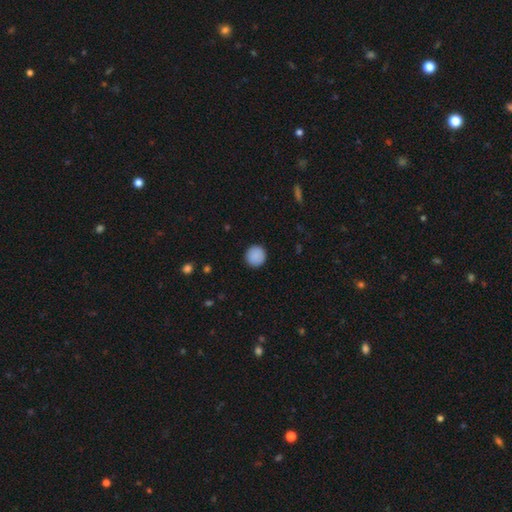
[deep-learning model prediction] smooth-or-featured: smooth: 89% | star or artifact: 7% | featured or disk: 3%
  how-rounded: round: 94% | in between: 5% | cigar-shaped: 1%
  merging: none: 91% | minor disturbance: 6% | major disturbance: 2% | merger: 1%